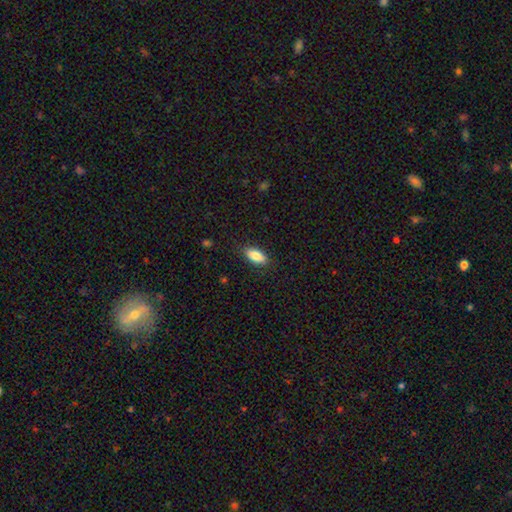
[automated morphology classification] A smooth galaxy with no disk features (86%) that is in between round and cigar-shaped (86%). Merging: none (86%).